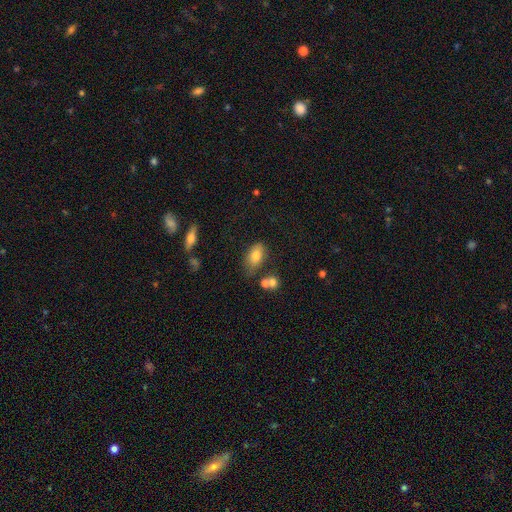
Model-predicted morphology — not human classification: smooth_or_featured: smooth (p=0.77) [alt: featured or disk p=0.14]
how_rounded: in between (p=0.90) [alt: round p=0.07]
merging: none (p=0.62) [alt: minor disturbance p=0.22]